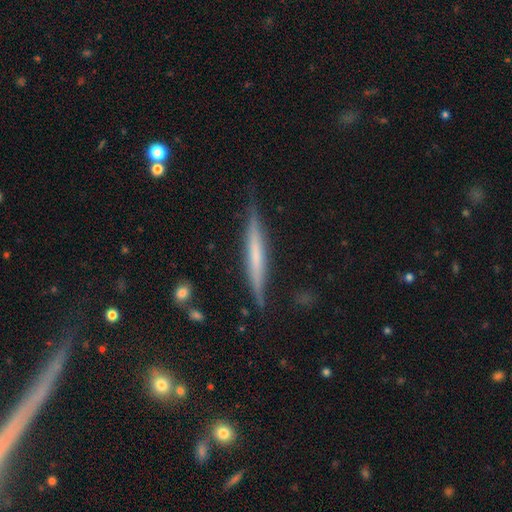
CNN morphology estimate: smooth-or-featured: featured or disk: 52% | smooth: 42% | star or artifact: 6%
  disk-edge-on: yes: 95% | no: 5%
  merging: none: 82% | minor disturbance: 13% | major disturbance: 3% | merger: 2%